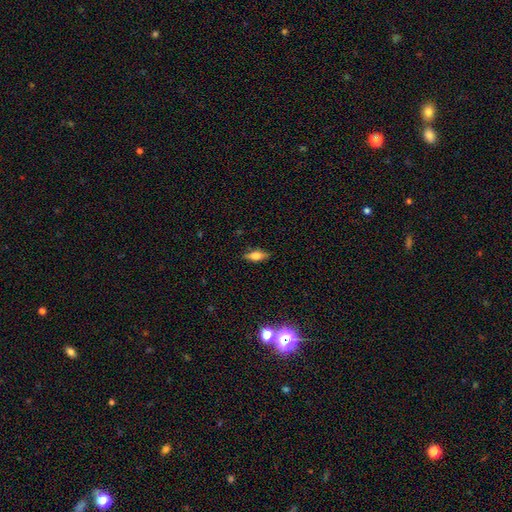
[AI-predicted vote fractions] Smooth or featured: smooth — 49% (featured or disk — 41%)
Merging: none — 86% (minor disturbance — 11%)